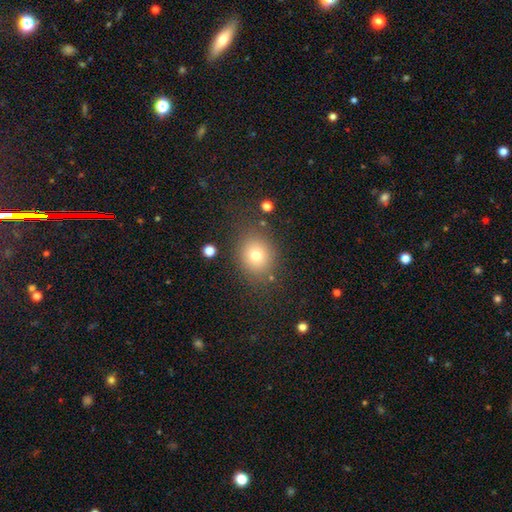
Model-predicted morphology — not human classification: Overall: smooth (74%). How rounded: round (69%; in between 31%). Merging: none (79%).